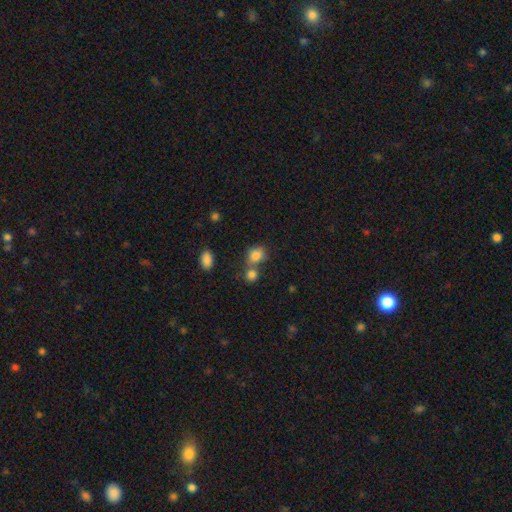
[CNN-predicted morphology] Overall: smooth (82%). How rounded: in between (50%; round 48%). Merging: none (45%; merger 41%).